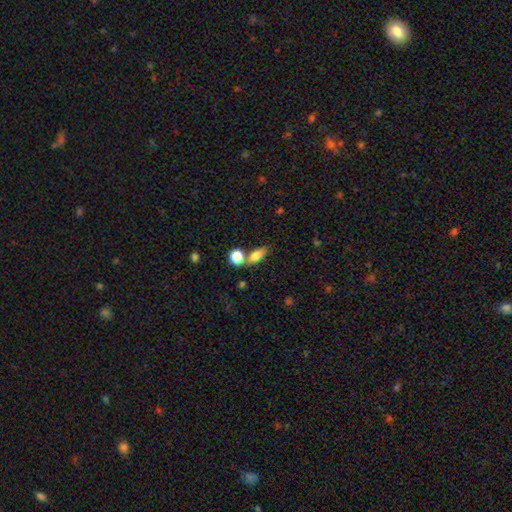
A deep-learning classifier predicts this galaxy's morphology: Overall: smooth (79%). How rounded: in between (72%). Merging: none (62%).